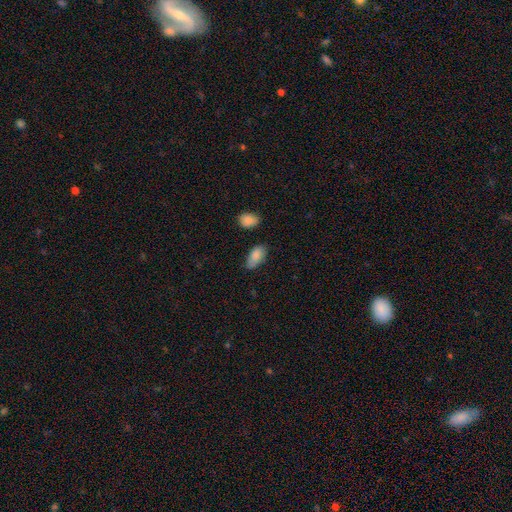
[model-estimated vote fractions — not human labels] Smooth or featured? smooth (85%)
How rounded? in between (93%)
Merging? none (68%)